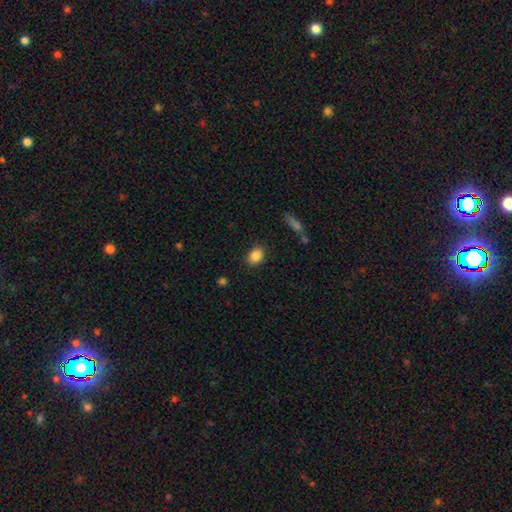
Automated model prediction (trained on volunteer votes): This appears to be a smooth galaxy with no disk features (86%) that is in between round and cigar-shaped (57%). Merging: none (86%).